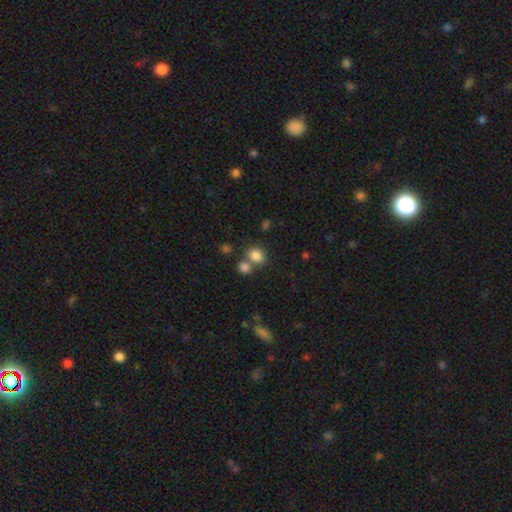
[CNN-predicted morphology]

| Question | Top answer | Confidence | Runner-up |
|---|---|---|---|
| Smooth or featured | smooth | 82% | star or artifact (11%) |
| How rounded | round | 57% | in between (42%) |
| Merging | none | 55% | merger (32%) |